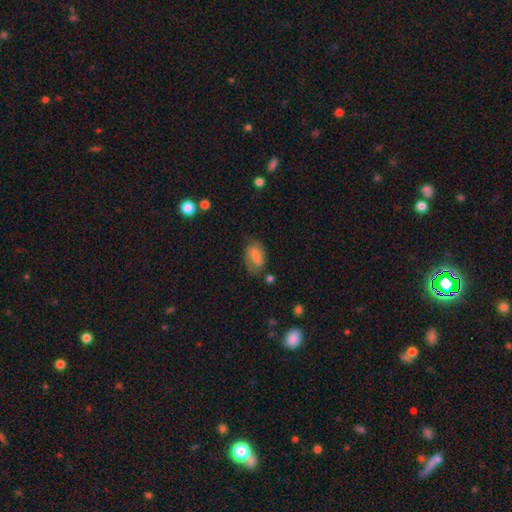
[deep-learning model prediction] Smooth or featured: smooth — 68% (featured or disk — 24%)
How rounded: in between — 88% (round — 8%)
Merging: none — 59% (minor disturbance — 26%)